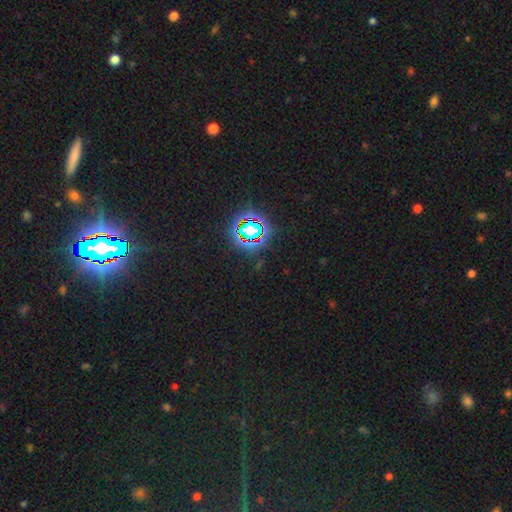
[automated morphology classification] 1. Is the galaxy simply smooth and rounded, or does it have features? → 83% star or artifact, 10% smooth, 7% featured or disk.